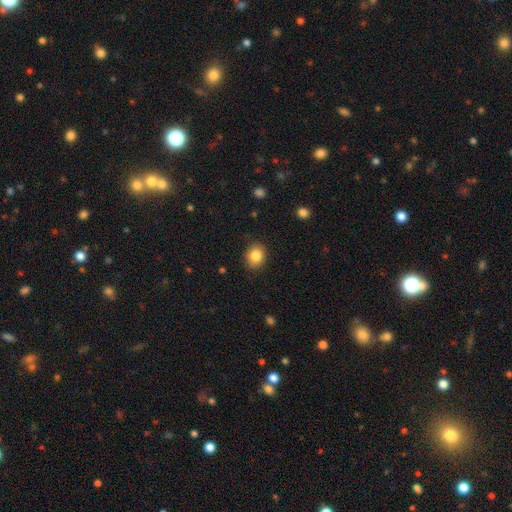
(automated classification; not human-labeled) smooth_or_featured: smooth (p=0.85) [alt: star or artifact p=0.09]
how_rounded: round (p=0.57) [alt: in between p=0.42]
merging: none (p=0.87) [alt: minor disturbance p=0.10]